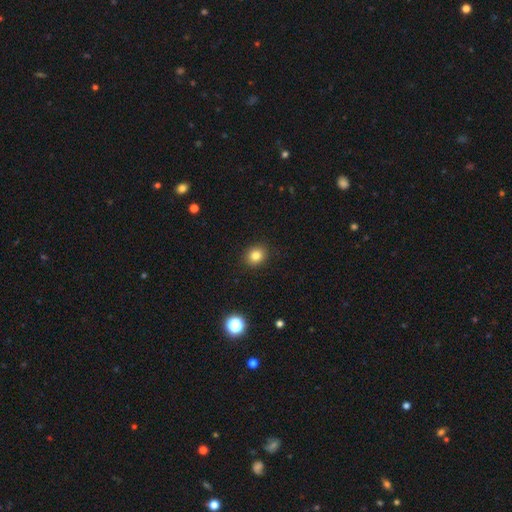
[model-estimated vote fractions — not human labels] smooth 83%, star or artifact 12%, featured or disk 6%. Down the decision tree: how rounded — round (68%); merging — none (90%).